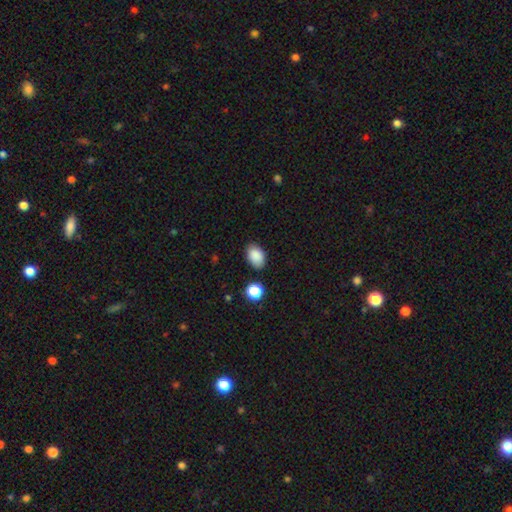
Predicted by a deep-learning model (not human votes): This appears to be a smooth galaxy with no disk features (88%) that is in between round and cigar-shaped (85%). Merging: none (82%).